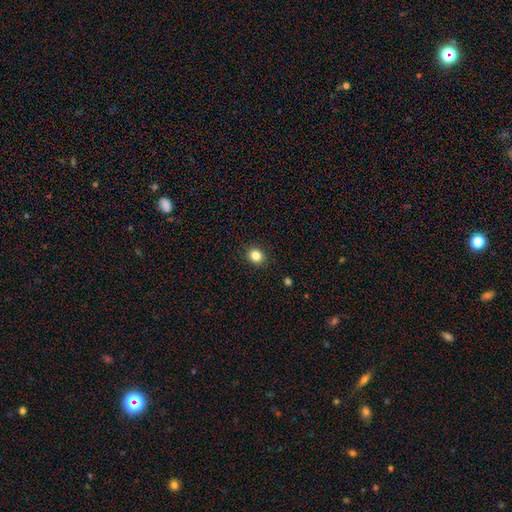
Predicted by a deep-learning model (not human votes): Smooth or featured: smooth — 84% (star or artifact — 11%)
How rounded: round — 75% (in between — 24%)
Merging: none — 91% (minor disturbance — 6%)